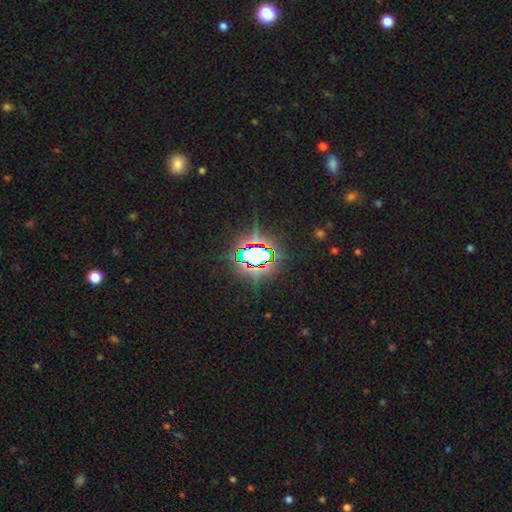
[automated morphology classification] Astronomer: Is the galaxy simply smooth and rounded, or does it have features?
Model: star or artifact — 74%.